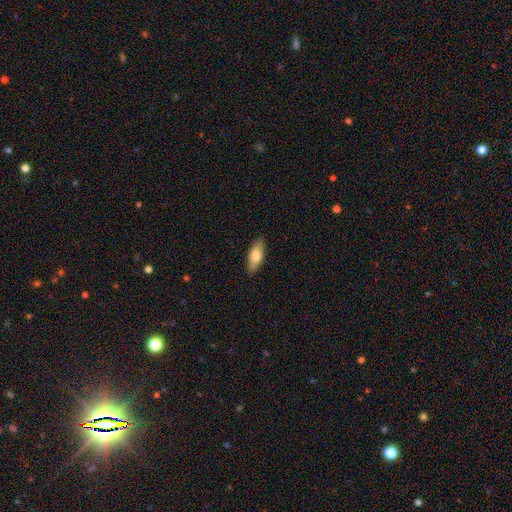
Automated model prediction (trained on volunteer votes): This appears to be a smooth galaxy with no disk features (74%) that is in between round and cigar-shaped (76%). Merging: none (88%).